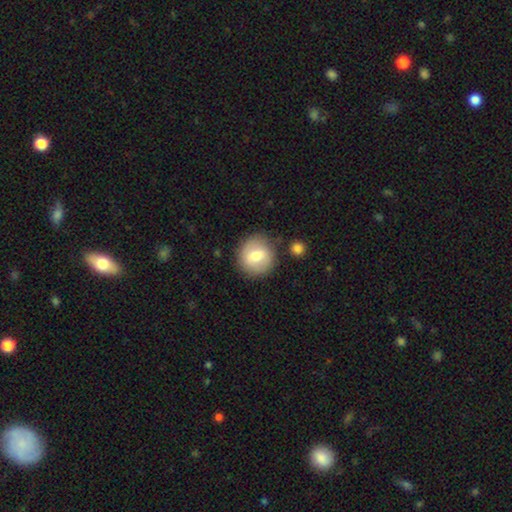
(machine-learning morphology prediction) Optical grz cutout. It shows a smooth galaxy with no disk features (69%) that is round (88%). Merging: none (80%).